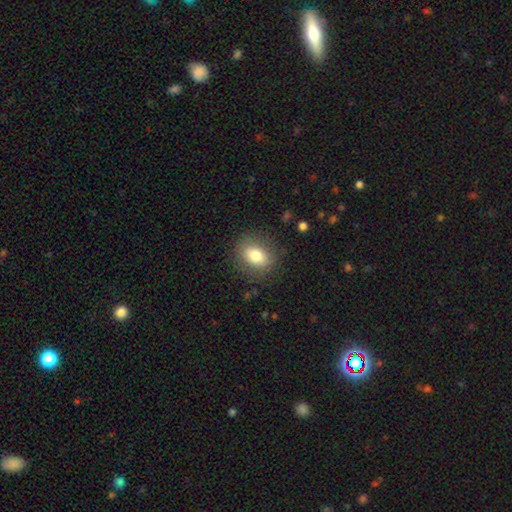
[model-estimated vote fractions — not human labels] Overall: smooth (77%). How rounded: in between (59%; round 39%). Merging: none (83%).